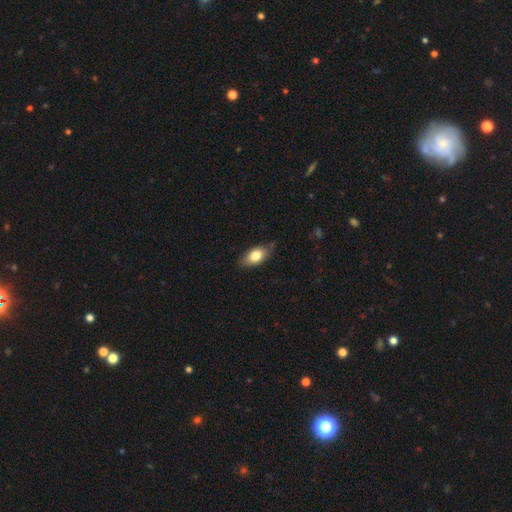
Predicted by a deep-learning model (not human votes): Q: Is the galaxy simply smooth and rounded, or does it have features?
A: smooth — 79%.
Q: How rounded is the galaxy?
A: in between — 89%.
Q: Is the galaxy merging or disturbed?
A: none — 74%.